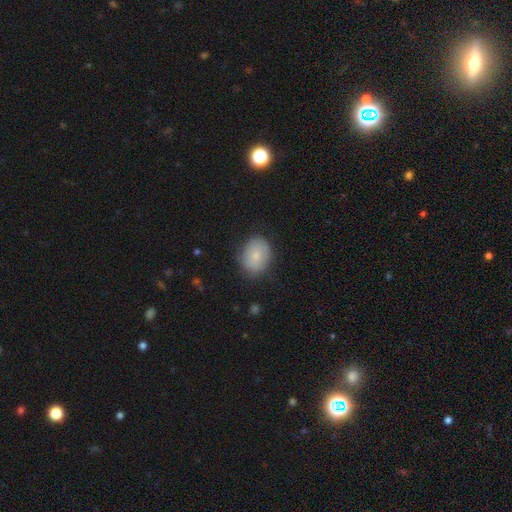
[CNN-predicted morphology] Smooth or featured?
  - smooth: 79% *
  - featured or disk: 13%
  - star or artifact: 8%
How rounded?
  - in between: 57% *
  - round: 42%
  - cigar-shaped: 1%
Merging?
  - none: 76% *
  - minor disturbance: 18%
  - major disturbance: 5%
  - merger: 1%